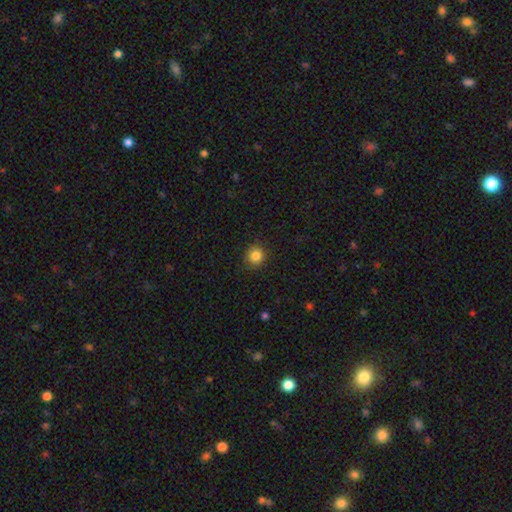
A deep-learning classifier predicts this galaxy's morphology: A smooth galaxy with no disk features (84%) that is round (91%). Merging: none (90%).